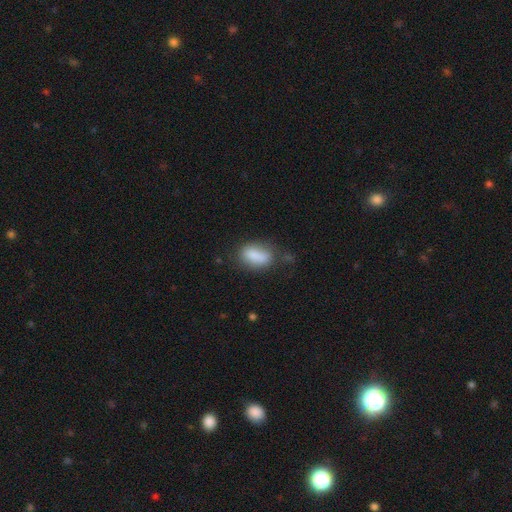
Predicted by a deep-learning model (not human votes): Smooth or featured: smooth — 83% (featured or disk — 9%)
How rounded: in between — 85% (round — 9%)
Merging: none — 58% (minor disturbance — 24%)